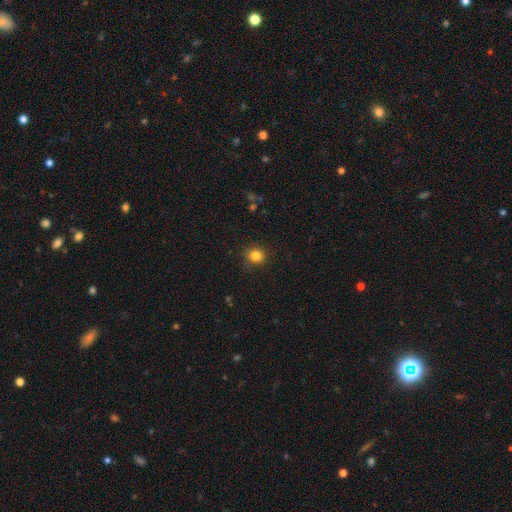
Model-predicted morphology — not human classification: Overall: smooth (83%). How rounded: round (91%). Merging: none (88%).